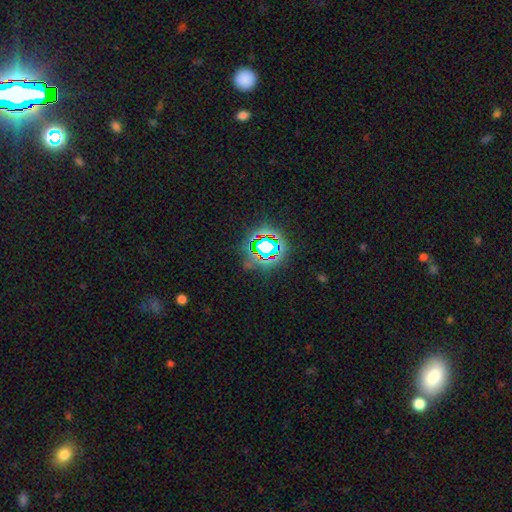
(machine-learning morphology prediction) Overall: star or artifact (78%).